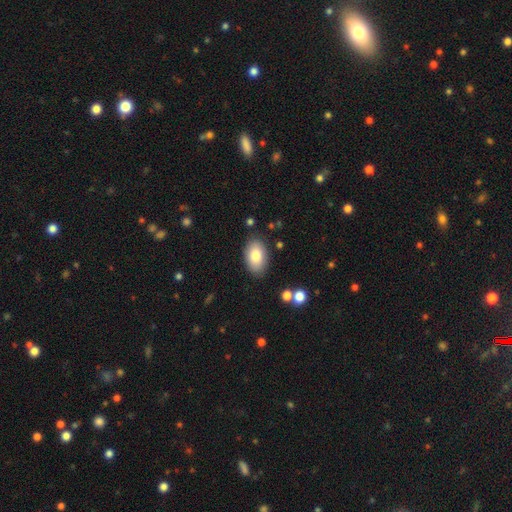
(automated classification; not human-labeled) Morphology: type=smooth (81%); roundness=in between (92%); merging=none (84%).